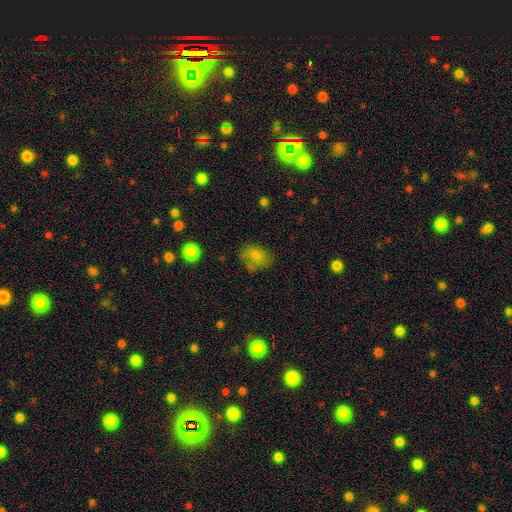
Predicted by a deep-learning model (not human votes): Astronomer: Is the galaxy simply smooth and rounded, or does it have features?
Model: smooth — 74%.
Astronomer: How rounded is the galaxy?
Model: in between — 66%.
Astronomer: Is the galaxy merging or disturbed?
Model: none — 52%.